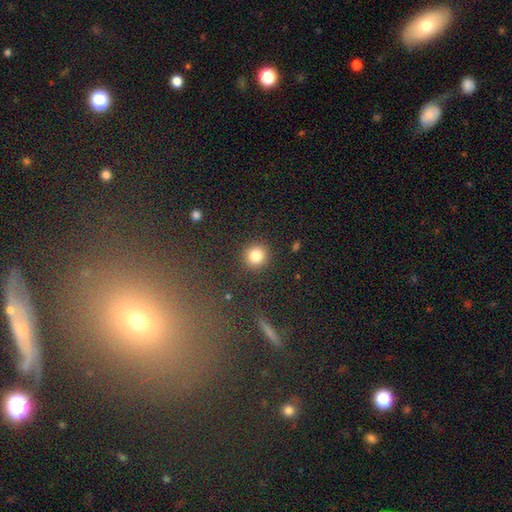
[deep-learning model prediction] A smooth galaxy with no disk features (83%) that is round (91%).

Vote fractions:
- Smooth or featured? smooth: 83% / star or artifact: 11% / featured or disk: 6%
- How rounded? round: 91% / in between: 8% / cigar-shaped: 1%
- Merging? none: 90% / minor disturbance: 6% / major disturbance: 2% / merger: 2%